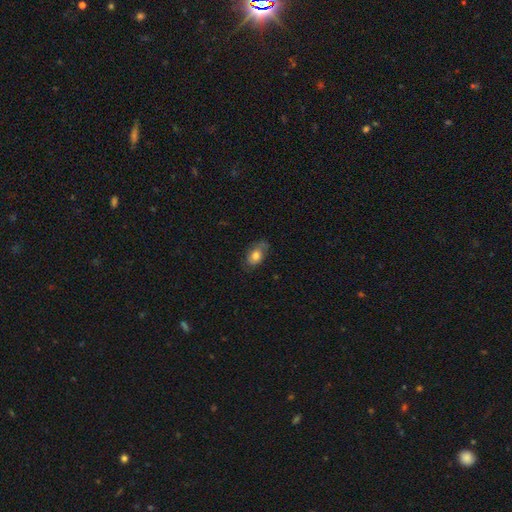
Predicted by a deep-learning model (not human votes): This appears to be a smooth galaxy with no disk features (71%) that is in between round and cigar-shaped (88%). Merging: none (68%).